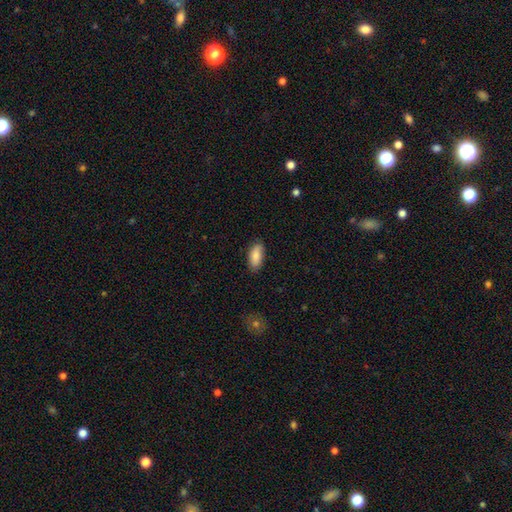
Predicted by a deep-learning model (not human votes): smooth-or-featured: smooth: 85% | featured or disk: 9% | star or artifact: 6%
  how-rounded: in between: 88% | cigar-shaped: 9% | round: 2%
  merging: none: 84% | minor disturbance: 13% | major disturbance: 2% | merger: 1%